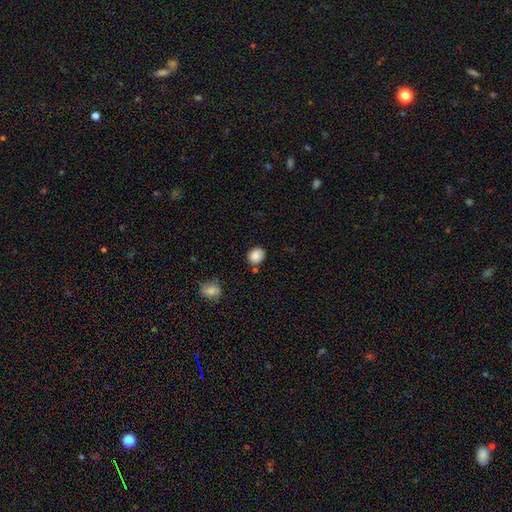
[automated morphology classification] smooth_or_featured: smooth (p=0.86) [alt: star or artifact p=0.09]
how_rounded: round (p=0.68) [alt: in between p=0.31]
merging: none (p=0.76) [alt: minor disturbance p=0.15]